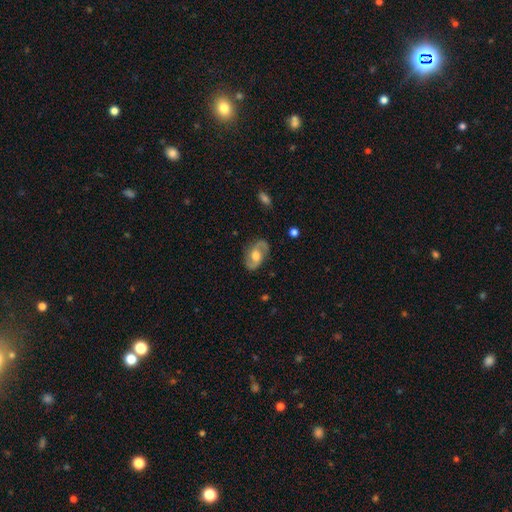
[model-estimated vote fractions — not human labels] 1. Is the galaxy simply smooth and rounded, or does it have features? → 75% featured or disk, 20% smooth, 6% star or artifact.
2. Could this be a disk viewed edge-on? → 96% no, 4% yes.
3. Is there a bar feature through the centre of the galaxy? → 53% no, 37% weak, 10% strong.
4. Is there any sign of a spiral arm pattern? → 90% yes, 10% no.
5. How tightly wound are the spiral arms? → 43% medium, 41% loose, 16% tight.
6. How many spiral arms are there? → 90% 2, 4% can't tell, 2% 1, 1% 3, 1% 4, 1% more than 4.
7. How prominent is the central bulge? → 72% moderate, 14% large, 11% small, 1% none, 1% dominant.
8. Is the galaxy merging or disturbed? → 81% none, 14% minor disturbance, 4% major disturbance, 1% merger.